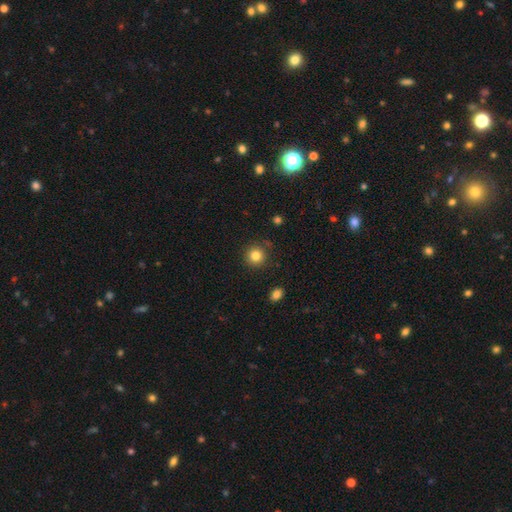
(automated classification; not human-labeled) Overall: smooth (83%). How rounded: round (93%). Merging: none (87%).